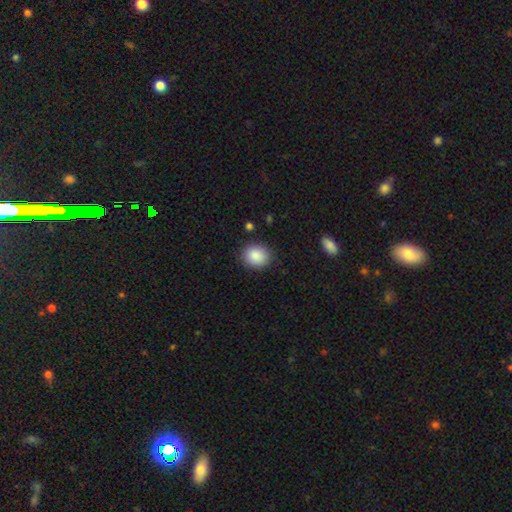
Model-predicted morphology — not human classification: Smooth or featured? smooth (89%)
How rounded? round (70%)
Merging? none (88%)